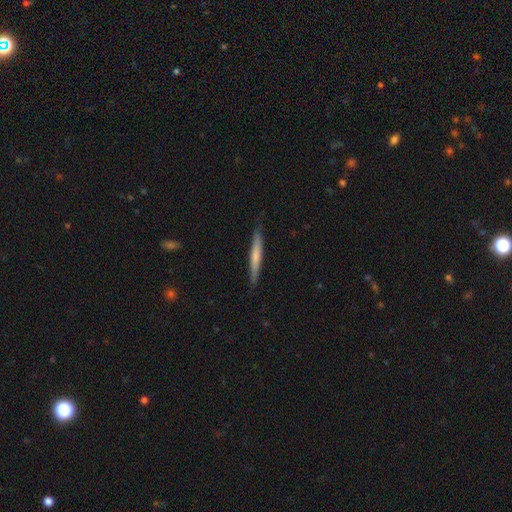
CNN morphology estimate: Q: Smooth or featured?
A: smooth (58%); runner-up: featured or disk (37%)
Q: How rounded?
A: cigar-shaped (96%); runner-up: in between (3%)
Q: Merging?
A: none (88%); runner-up: minor disturbance (10%)